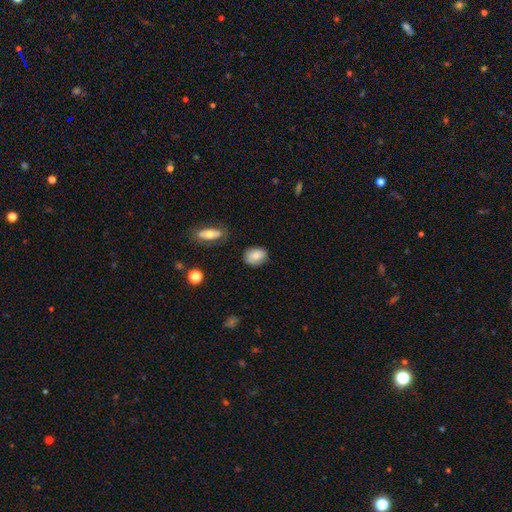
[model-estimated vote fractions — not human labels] smooth-or-featured: smooth: 78% | featured or disk: 14% | star or artifact: 8%
  how-rounded: in between: 68% | round: 30% | cigar-shaped: 2%
  merging: none: 76% | minor disturbance: 18% | major disturbance: 4% | merger: 2%